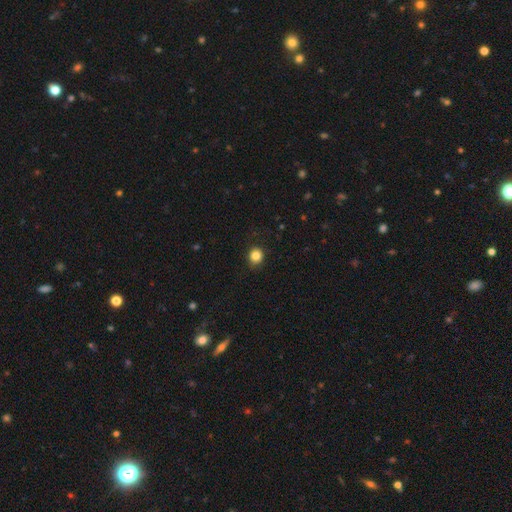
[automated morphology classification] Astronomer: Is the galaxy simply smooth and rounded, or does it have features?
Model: smooth — 85%.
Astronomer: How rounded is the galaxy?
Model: round — 84%.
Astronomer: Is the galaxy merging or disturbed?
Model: none — 85%.